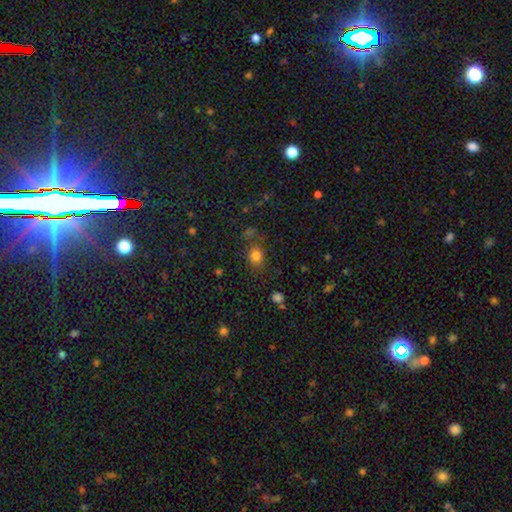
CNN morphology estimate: Smooth or featured? smooth (80%)
How rounded? round (67%)
Merging? none (75%)